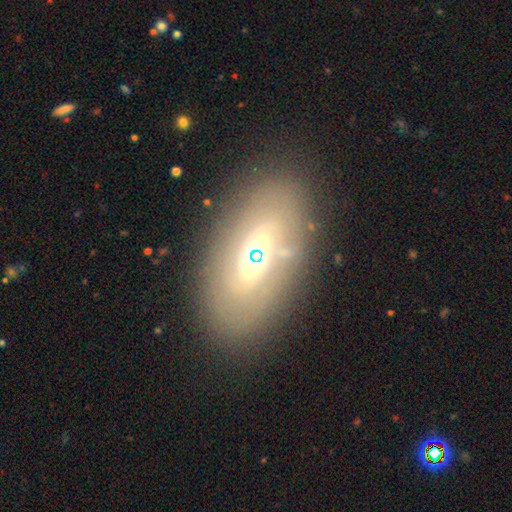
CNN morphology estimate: featured or disk 51%, smooth 36%, star or artifact 14%. Down the decision tree: edge-on disk — no (80%); merging — none (77%).